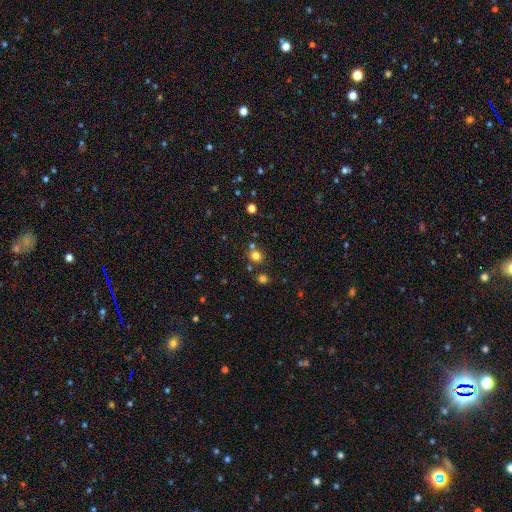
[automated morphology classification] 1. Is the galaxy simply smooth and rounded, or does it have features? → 76% smooth, 18% star or artifact, 7% featured or disk.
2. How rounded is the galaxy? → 88% round, 11% in between, 1% cigar-shaped.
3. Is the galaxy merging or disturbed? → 71% none, 18% merger, 8% minor disturbance, 3% major disturbance.